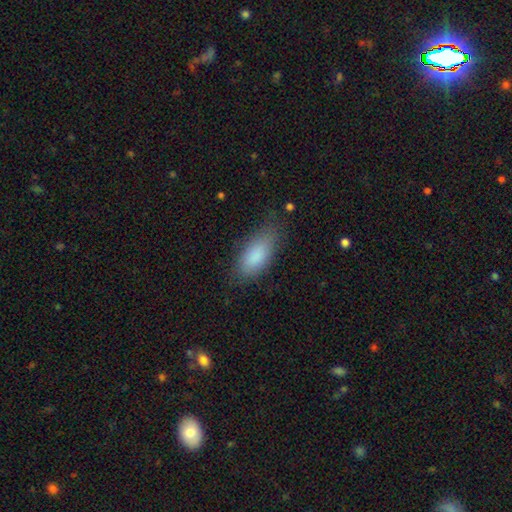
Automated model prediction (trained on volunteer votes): Smooth or featured? smooth (85%)
How rounded? in between (82%)
Merging? none (73%)